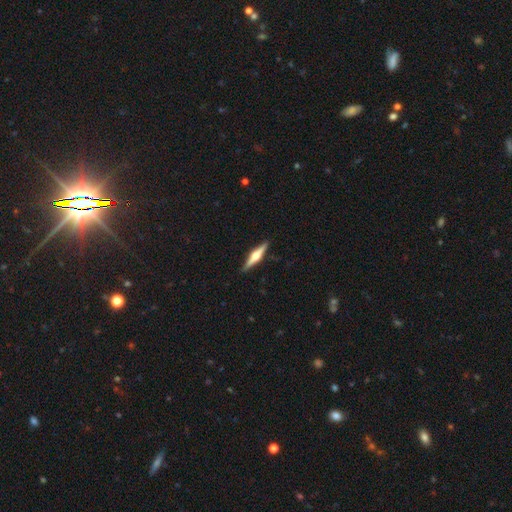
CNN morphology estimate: Smooth or featured? Predicted: featured or disk (p=0.73). Edge-on disk? Predicted: yes (p=0.98). Edge-on bulge? Predicted: rounded (p=0.92). Merging? Predicted: none (p=0.90).